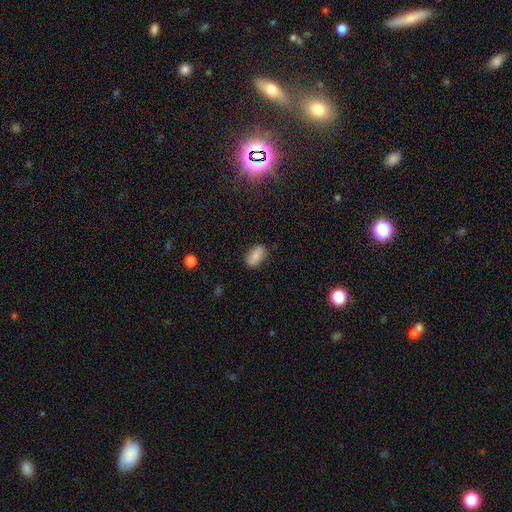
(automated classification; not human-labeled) Smooth or featured?
  - smooth: 83% *
  - featured or disk: 9%
  - star or artifact: 8%
How rounded?
  - in between: 91% *
  - round: 5%
  - cigar-shaped: 3%
Merging?
  - none: 84% *
  - minor disturbance: 12%
  - major disturbance: 3%
  - merger: 1%